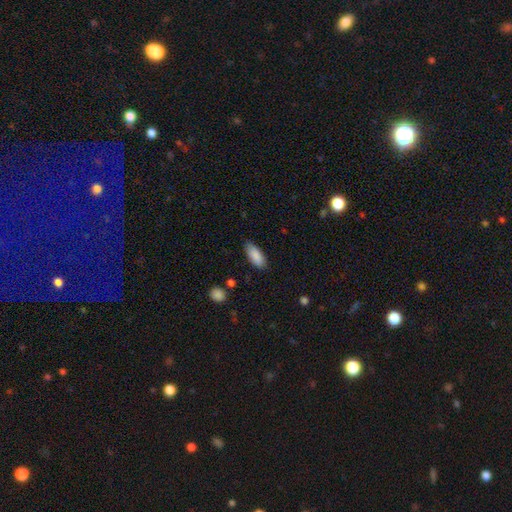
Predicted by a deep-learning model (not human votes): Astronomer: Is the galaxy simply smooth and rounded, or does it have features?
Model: smooth — 88%.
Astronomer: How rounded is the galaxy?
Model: in between — 83%.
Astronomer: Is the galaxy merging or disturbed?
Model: none — 81%.